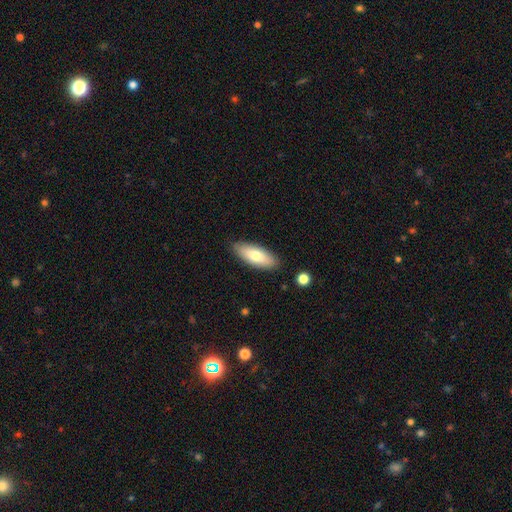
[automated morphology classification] The model was most divided on "smooth or featured": smooth: 72%, featured or disk: 22%, star or artifact: 6%. More confident: merging — none (86%); how rounded — in between (76%).